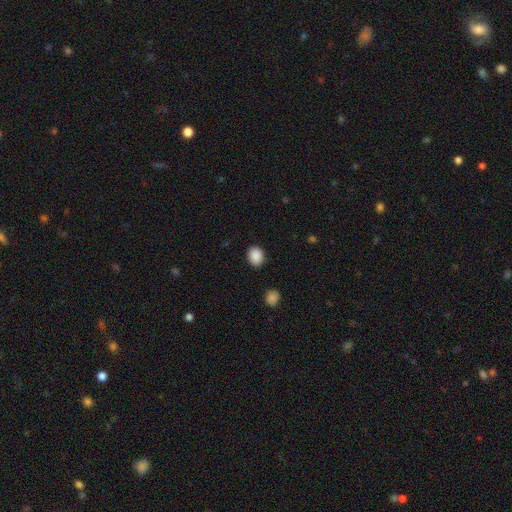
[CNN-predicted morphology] smooth 89%, star or artifact 8%, featured or disk 3%. Down the decision tree: how rounded — in between (52%); merging — none (88%).